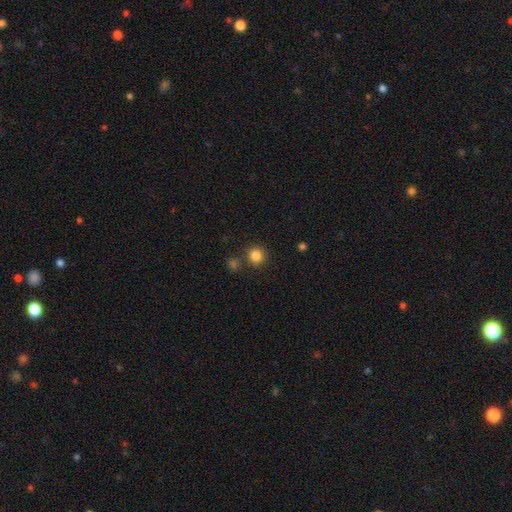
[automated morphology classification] Smooth or featured?
  - smooth: 84% *
  - star or artifact: 12%
  - featured or disk: 4%
How rounded?
  - round: 92% *
  - in between: 7%
  - cigar-shaped: 1%
Merging?
  - none: 83% *
  - minor disturbance: 7%
  - merger: 7%
  - major disturbance: 3%